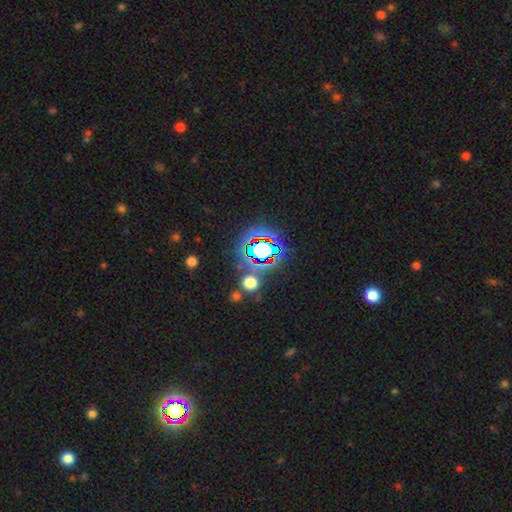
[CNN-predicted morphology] Q: Smooth or featured?
A: star or artifact (80%); runner-up: smooth (12%)